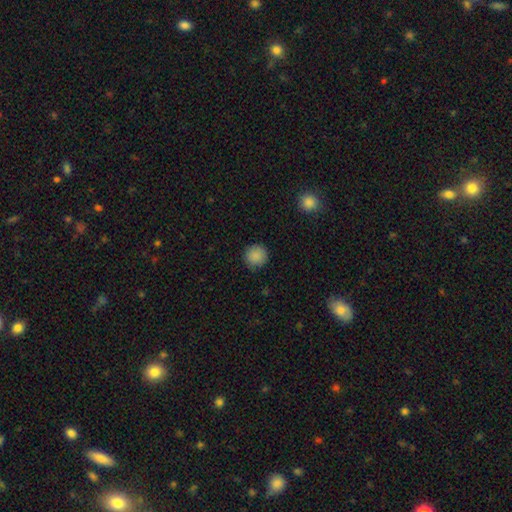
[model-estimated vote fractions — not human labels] Q: Smooth or featured?
A: smooth (88%); runner-up: star or artifact (9%)
Q: How rounded?
A: round (94%); runner-up: in between (5%)
Q: Merging?
A: none (90%); runner-up: minor disturbance (7%)